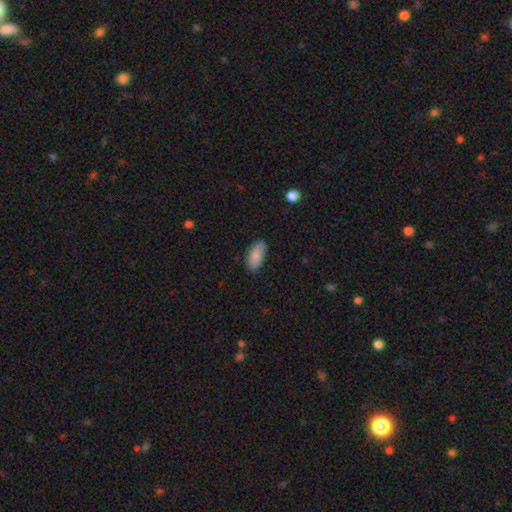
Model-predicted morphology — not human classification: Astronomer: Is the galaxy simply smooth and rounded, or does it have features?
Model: smooth — 87%.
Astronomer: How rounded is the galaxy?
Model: in between — 91%.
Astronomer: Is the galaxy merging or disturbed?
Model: none — 82%.